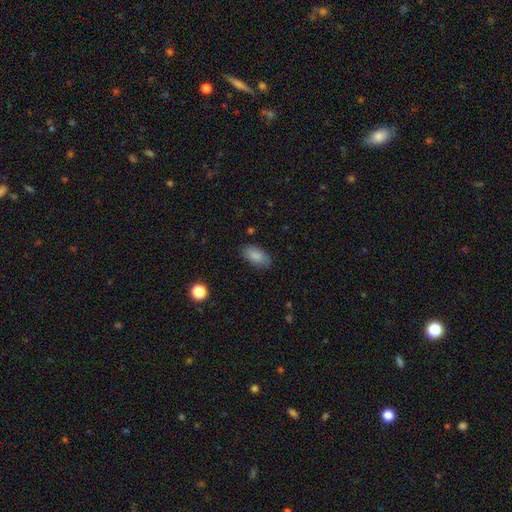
Smooth or featured: smooth — 79% (featured or disk — 11%)
How rounded: in between — 100%
Merging: none — 94% (minor disturbance — 6%)